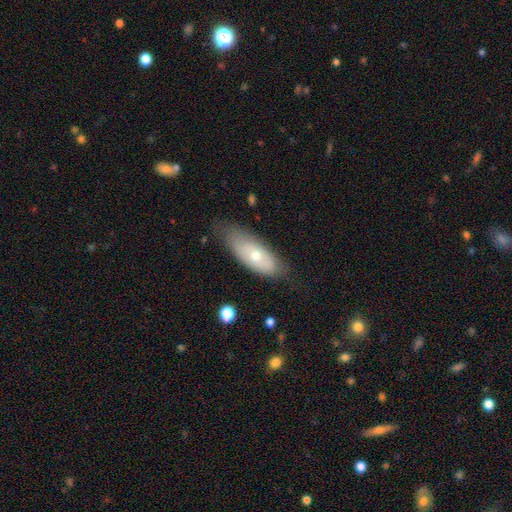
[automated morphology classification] Q: Smooth or featured?
A: smooth (56%); runner-up: featured or disk (37%)
Q: How rounded?
A: in between (76%); runner-up: cigar-shaped (21%)
Q: Merging?
A: none (67%); runner-up: minor disturbance (24%)